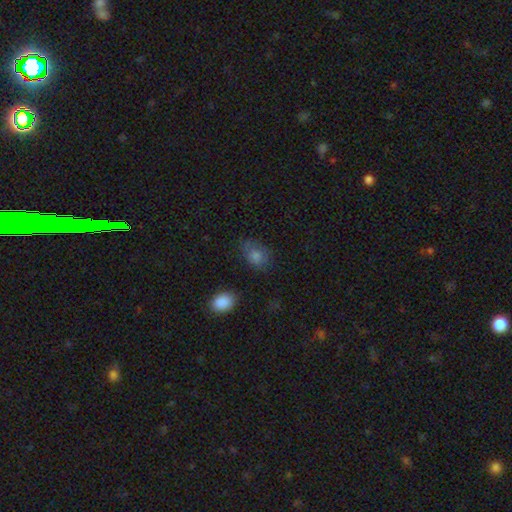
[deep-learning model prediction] smooth 79%, star or artifact 13%, featured or disk 8%. Down the decision tree: how rounded — in between (67%); merging — none (68%).